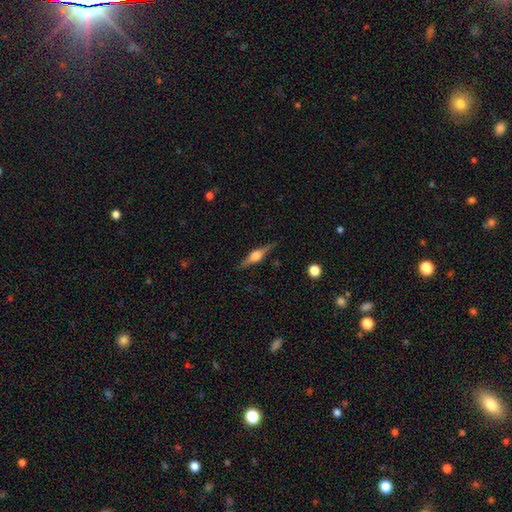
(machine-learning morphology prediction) smooth-or-featured: featured or disk: 78% | smooth: 15% | star or artifact: 7%
  disk-edge-on: yes: 98% | no: 2%
    edge-on-bulge: rounded: 88% | boxy: 10% | none: 2%
  merging: none: 88% | minor disturbance: 9% | major disturbance: 2% | merger: 1%